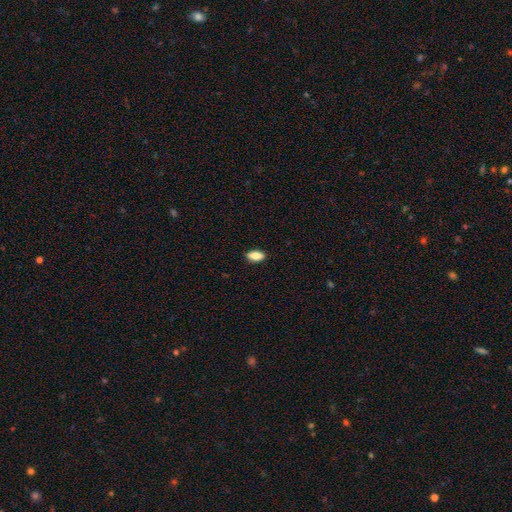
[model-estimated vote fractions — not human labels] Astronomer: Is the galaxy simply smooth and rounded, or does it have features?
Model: smooth — 85%.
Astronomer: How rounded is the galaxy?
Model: in between — 86%.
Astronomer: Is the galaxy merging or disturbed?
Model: none — 88%.